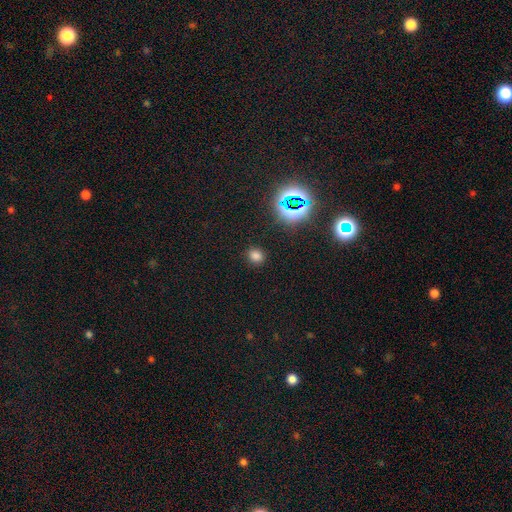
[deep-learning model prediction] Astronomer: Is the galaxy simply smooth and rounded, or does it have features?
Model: smooth — 72%.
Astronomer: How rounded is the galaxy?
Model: round — 65%.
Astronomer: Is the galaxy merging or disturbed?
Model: none — 87%.